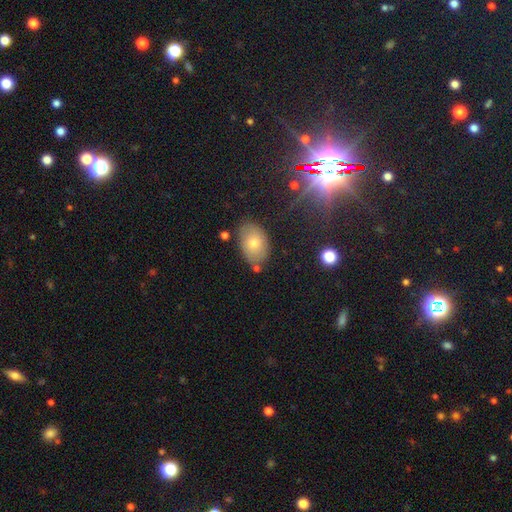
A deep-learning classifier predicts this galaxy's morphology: A smooth galaxy with no disk features (70%) that is in between round and cigar-shaped (85%).

Vote fractions:
- Smooth or featured? smooth: 70% / featured or disk: 20% / star or artifact: 10%
- How rounded? in between: 85% / round: 14% / cigar-shaped: 1%
- Merging? none: 73% / minor disturbance: 17% / merger: 6% / major disturbance: 4%